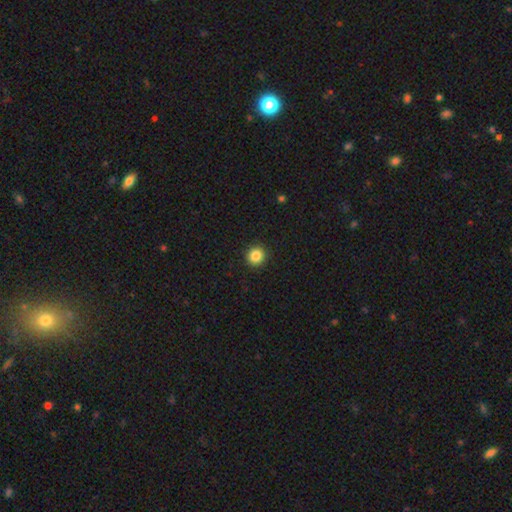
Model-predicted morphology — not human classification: A smooth galaxy with no disk features (86%) that is round (94%). Merging: none (93%).